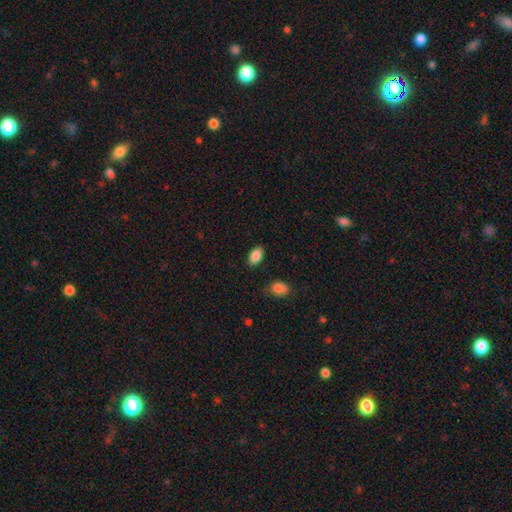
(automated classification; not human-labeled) The model was most divided on "merging": none: 86%, minor disturbance: 10%, major disturbance: 3%, merger: 2%. More confident: how rounded — in between (91%); smooth or featured — smooth (88%).